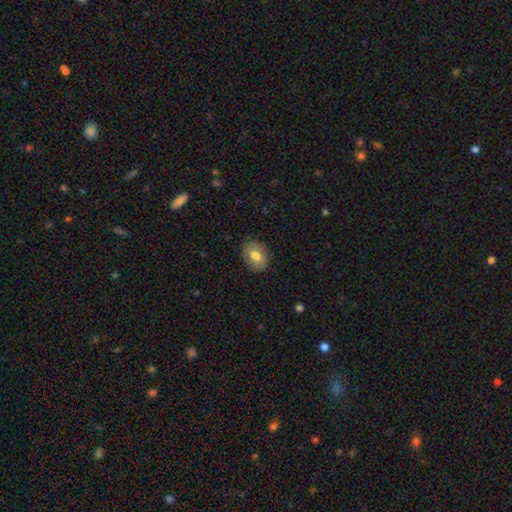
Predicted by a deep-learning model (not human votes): Smooth or featured? Predicted: smooth (p=0.72). How rounded? Predicted: in between (p=0.57). Merging? Predicted: none (p=0.86).